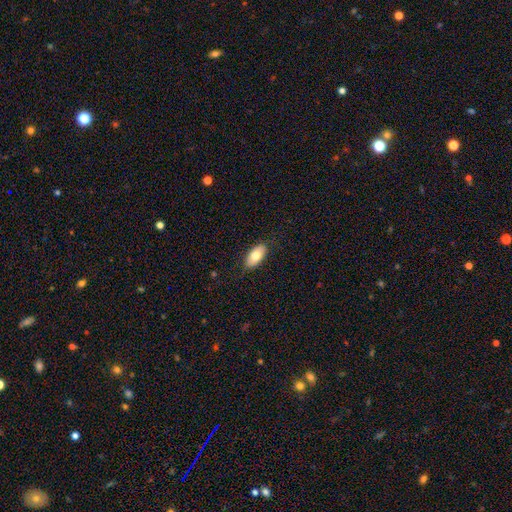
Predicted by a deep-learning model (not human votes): Morphology: type=smooth (75%); roundness=in between (92%); merging=none (83%).